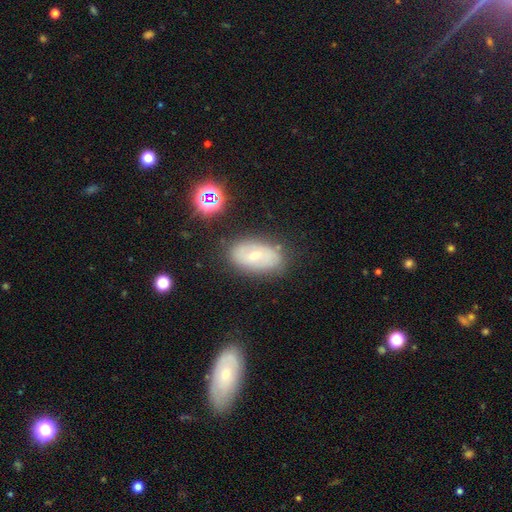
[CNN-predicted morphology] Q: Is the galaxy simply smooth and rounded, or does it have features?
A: featured or disk — 51%.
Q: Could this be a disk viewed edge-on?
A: no — 92%.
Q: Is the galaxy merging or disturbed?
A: none — 75%.